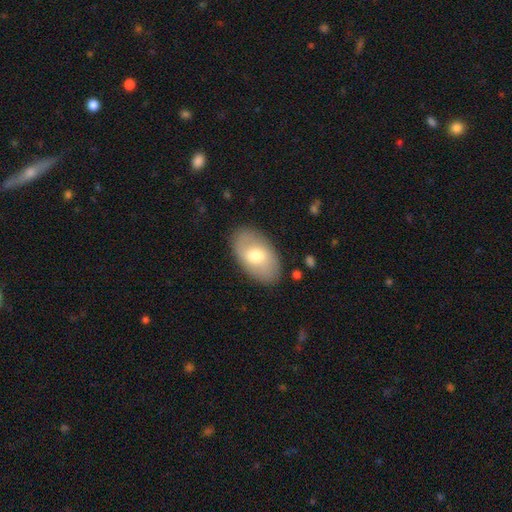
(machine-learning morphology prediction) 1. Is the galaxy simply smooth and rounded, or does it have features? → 63% smooth, 31% featured or disk, 6% star or artifact.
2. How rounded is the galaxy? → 92% in between, 6% round, 2% cigar-shaped.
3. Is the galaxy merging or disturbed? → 84% none, 11% minor disturbance, 4% major disturbance, 1% merger.